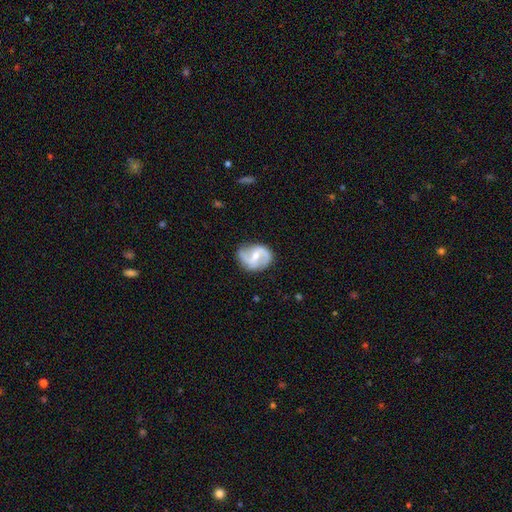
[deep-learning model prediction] Morphology: type=featured or disk (83%); edge-on=no (98%); bar=weak (48%); spiral arms=yes (92%); winding=loose (45%); arm count=2 (91%); bulge=moderate (55%); merging=none (75%).